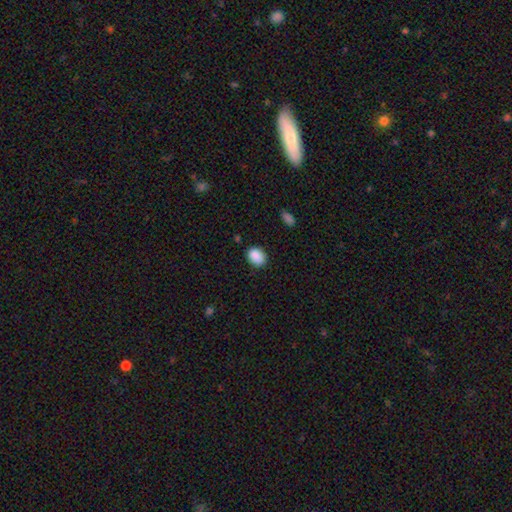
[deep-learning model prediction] smooth 88%, star or artifact 8%, featured or disk 4%. Down the decision tree: how rounded — in between (64%); merging — none (81%).